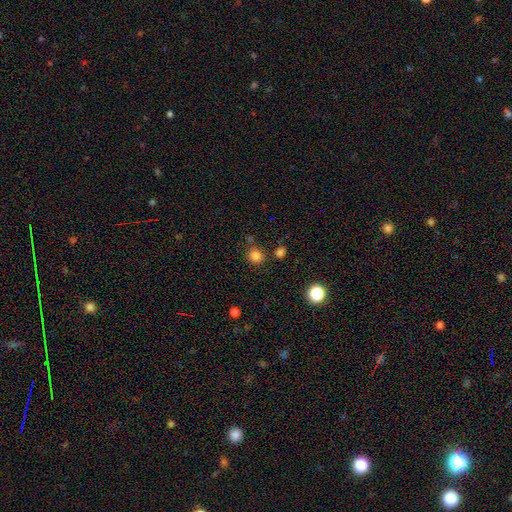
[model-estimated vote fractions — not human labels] smooth 82%, star or artifact 14%, featured or disk 4%. Down the decision tree: how rounded — round (90%); merging — none (79%).